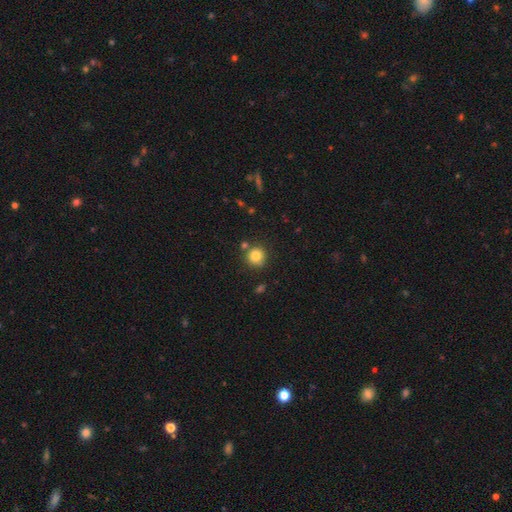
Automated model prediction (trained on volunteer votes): Overall: smooth (82%). How rounded: round (91%). Merging: none (80%).